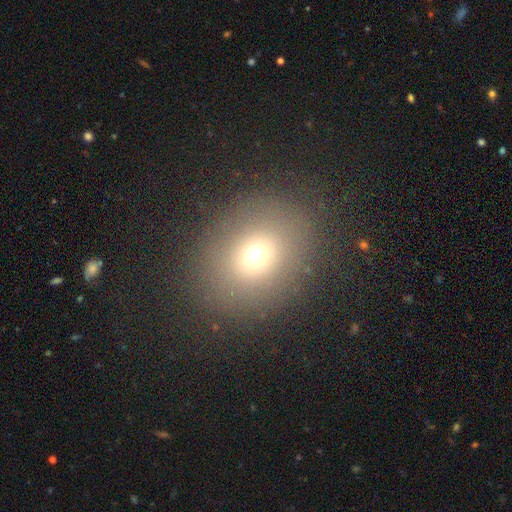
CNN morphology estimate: The model was most divided on "how rounded": round: 69%, in between: 29%, cigar-shaped: 1%. More confident: merging — none (84%); smooth or featured — smooth (68%).